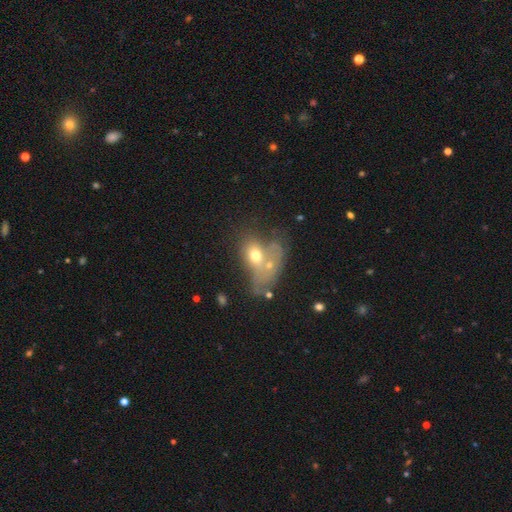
smooth_or_featured: smooth (p=0.74) [alt: featured or disk p=0.24]
how_rounded: in between (p=0.71) [alt: round p=0.29]
merging: merger (p=0.65) [alt: none p=0.22]